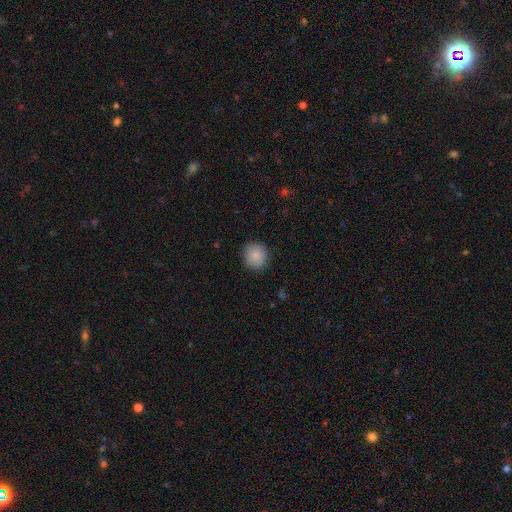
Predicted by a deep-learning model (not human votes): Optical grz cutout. It shows a smooth galaxy with no disk features (87%) that is round (86%). Merging: none (88%).